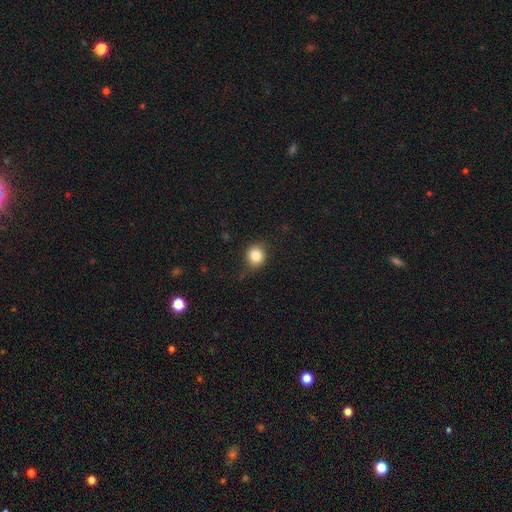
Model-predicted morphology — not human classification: The model was most divided on "merging": none: 80%, minor disturbance: 15%, major disturbance: 3%, merger: 1%. More confident: smooth or featured — smooth (84%); how rounded — round (82%).